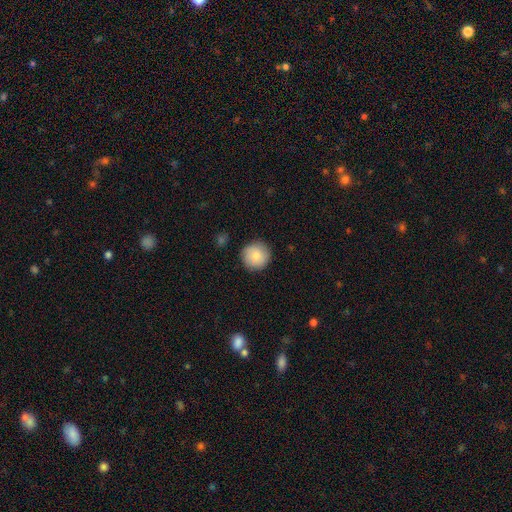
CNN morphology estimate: smooth_or_featured: smooth (p=0.85) [alt: featured or disk p=0.08]
how_rounded: round (p=0.95) [alt: in between p=0.04]
merging: none (p=0.88) [alt: minor disturbance p=0.09]